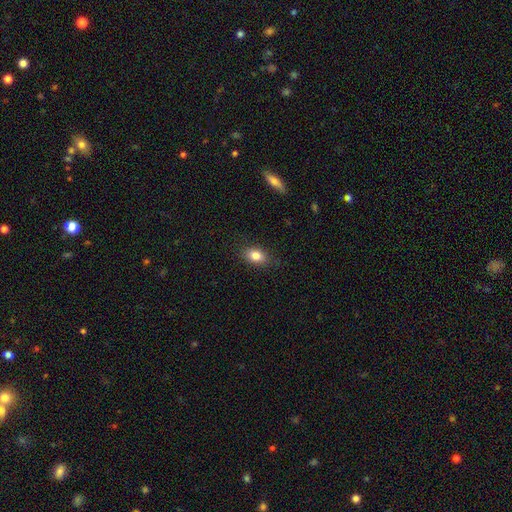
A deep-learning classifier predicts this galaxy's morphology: A smooth galaxy with no disk features (83%) that is in between round and cigar-shaped (81%).

Vote fractions:
- Smooth or featured? smooth: 83% / star or artifact: 9% / featured or disk: 8%
- How rounded? in between: 81% / round: 16% / cigar-shaped: 3%
- Merging? none: 85% / minor disturbance: 11% / major disturbance: 3% / merger: 1%